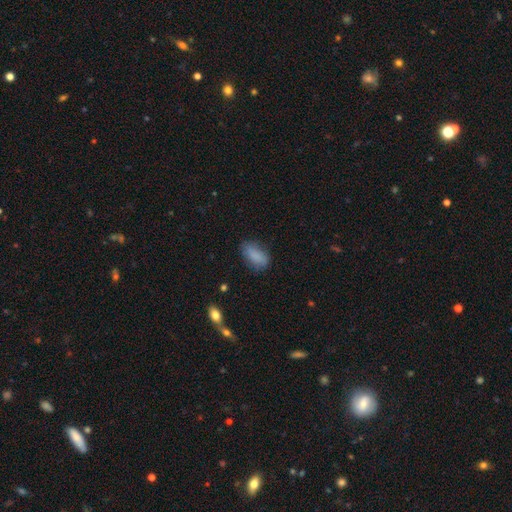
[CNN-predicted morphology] type=smooth (85%); roundness=in between (90%); merging=none (73%).